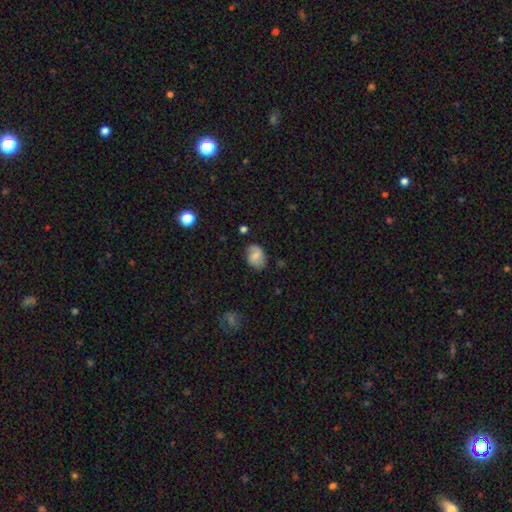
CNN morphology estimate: This is likely a smooth galaxy (60%). How rounded: likely in between (67%). Merging: likely none (67%).